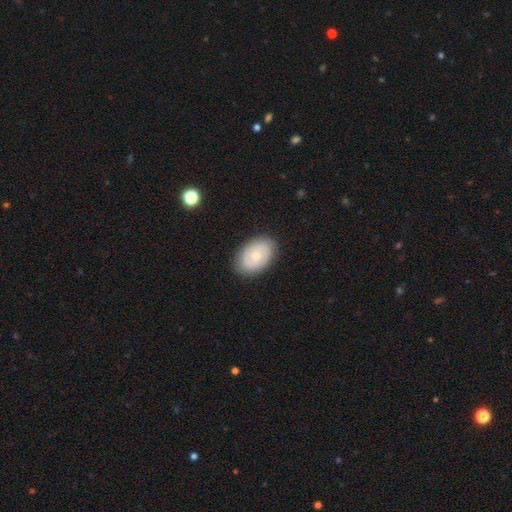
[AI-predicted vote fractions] smooth 59%, featured or disk 34%, star or artifact 7%. Down the decision tree: how rounded — in between (84%); merging — none (85%).